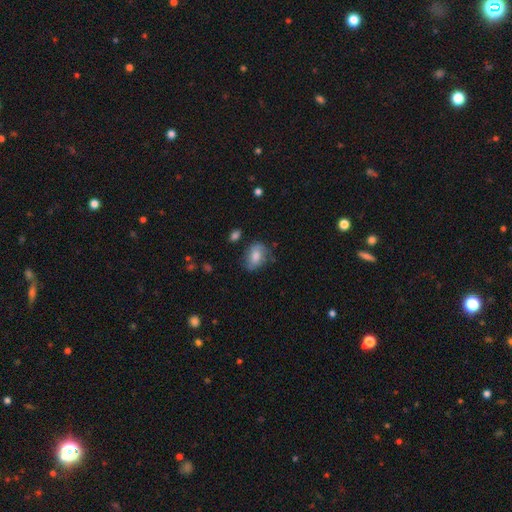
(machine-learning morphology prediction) This appears to be a smooth galaxy with no disk features (72%) that is in between round and cigar-shaped (73%). Merging: none (55%).